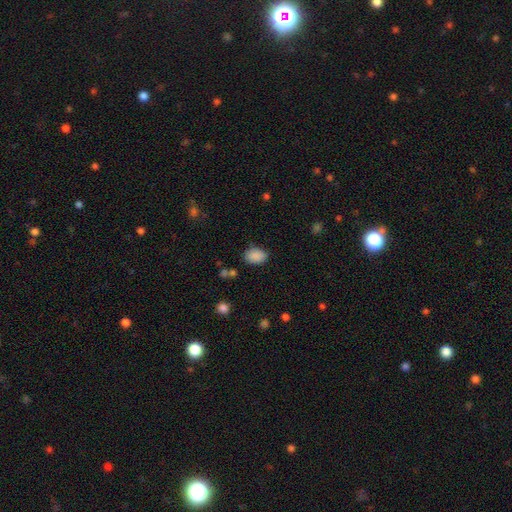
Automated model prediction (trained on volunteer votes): smooth-or-featured: smooth: 88% | star or artifact: 8% | featured or disk: 4%
  how-rounded: in between: 84% | round: 15% | cigar-shaped: 1%
  merging: none: 80% | minor disturbance: 14% | major disturbance: 4% | merger: 3%